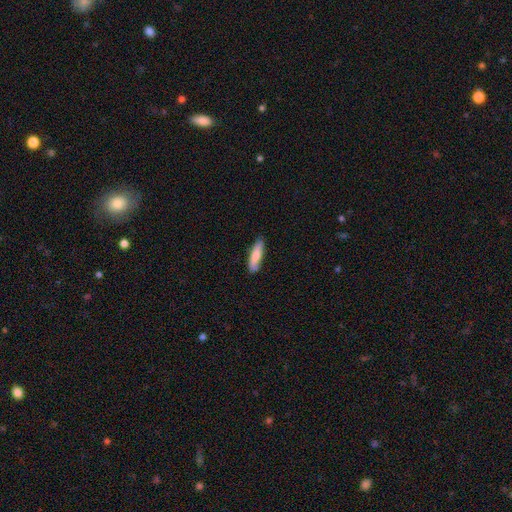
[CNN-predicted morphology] This appears to be a smooth galaxy with no disk features (76%) that is cigar-shaped (71%). Merging: none (78%).